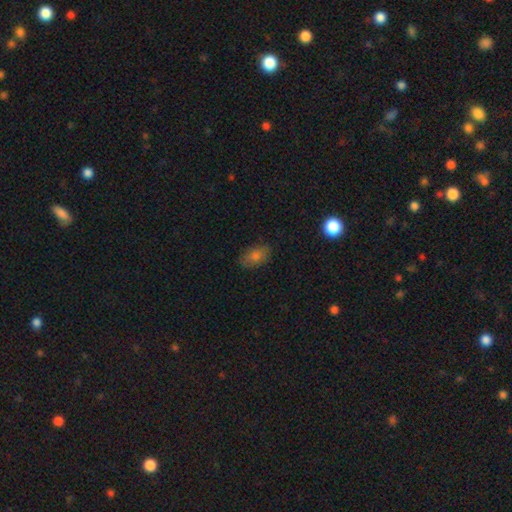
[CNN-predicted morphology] Smooth or featured?
  - smooth: 74% *
  - featured or disk: 13%
  - star or artifact: 13%
How rounded?
  - in between: 86% *
  - round: 12%
  - cigar-shaped: 2%
Merging?
  - none: 81% *
  - minor disturbance: 14%
  - major disturbance: 3%
  - merger: 1%